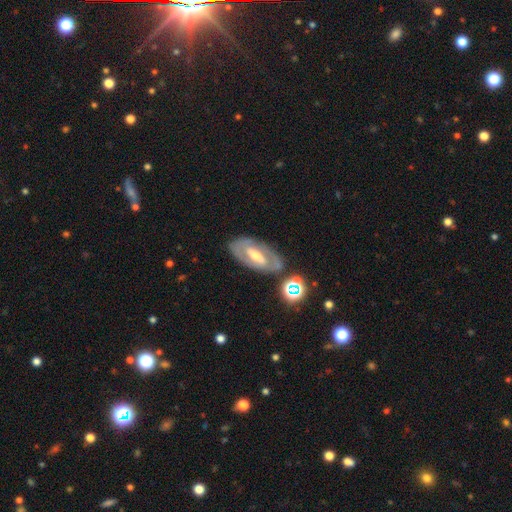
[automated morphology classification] type=featured or disk (71%); edge-on=no (88%); bar=strong (39%); spiral arms=yes (53%); bulge=moderate (63%); merging=none (76%).